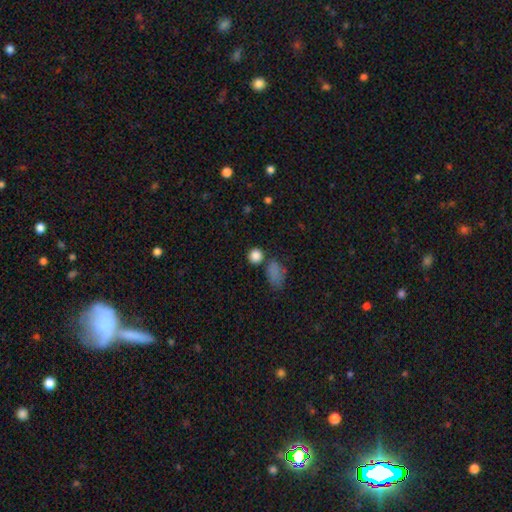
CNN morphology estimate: Smooth or featured?
  - smooth: 83% *
  - star or artifact: 12%
  - featured or disk: 4%
How rounded?
  - round: 85% *
  - in between: 14%
  - cigar-shaped: 1%
Merging?
  - none: 72% *
  - merger: 13%
  - minor disturbance: 11%
  - major disturbance: 4%